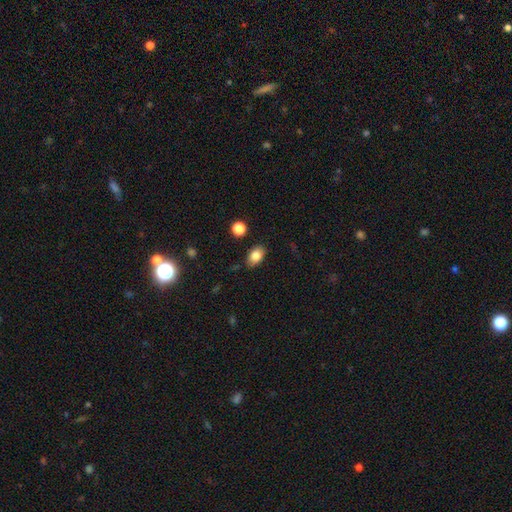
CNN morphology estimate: A smooth galaxy with no disk features (83%) that is in between round and cigar-shaped (84%). Merging: none (82%).